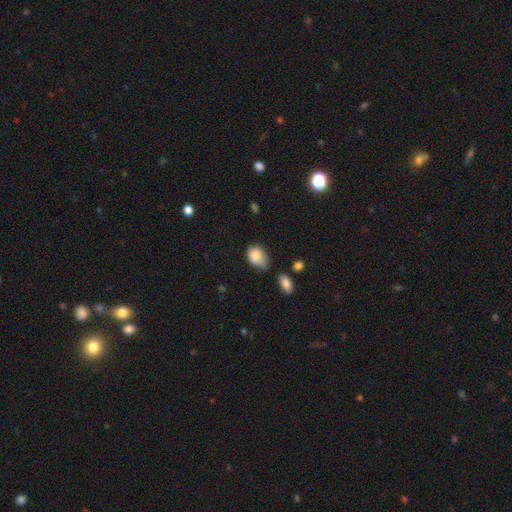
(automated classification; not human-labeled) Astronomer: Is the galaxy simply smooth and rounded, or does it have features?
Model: smooth — 80%.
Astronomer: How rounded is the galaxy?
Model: in between — 74%.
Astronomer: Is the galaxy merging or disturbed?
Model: minor disturbance — 42% (runner-up: none, 35%).